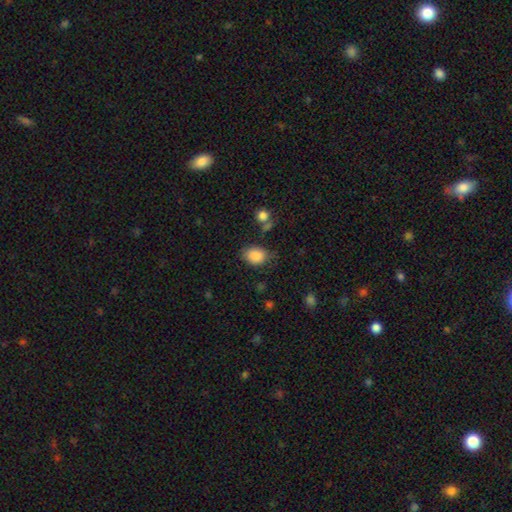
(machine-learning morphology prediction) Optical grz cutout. It shows a smooth galaxy with no disk features (85%) that is in between round and cigar-shaped (65%). Merging: none (69%).